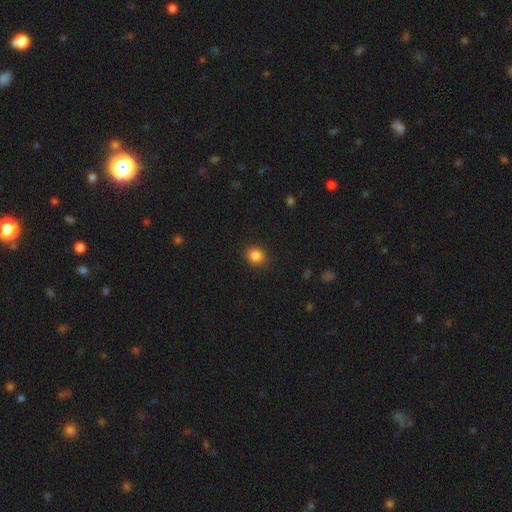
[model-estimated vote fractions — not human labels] Smooth or featured? Predicted: smooth (p=0.85). How rounded? Predicted: round (p=0.77). Merging? Predicted: none (p=0.90).